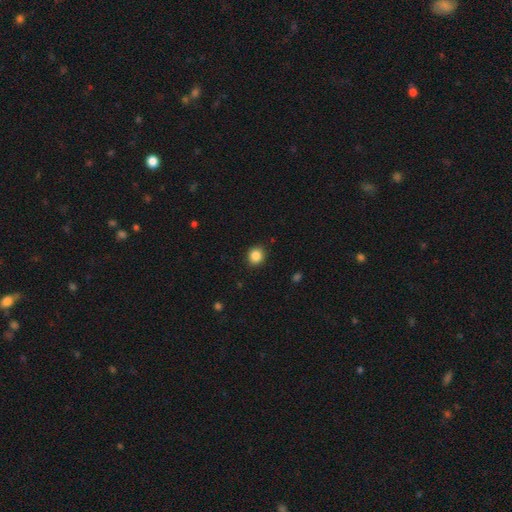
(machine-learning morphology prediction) Smooth or featured: smooth — 86% (star or artifact — 10%)
How rounded: round — 76% (in between — 23%)
Merging: none — 90% (minor disturbance — 7%)